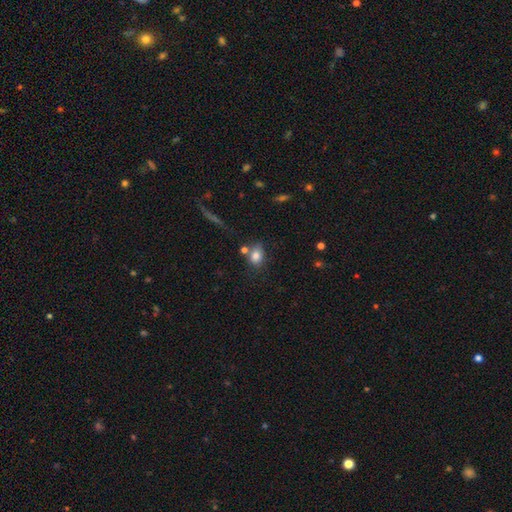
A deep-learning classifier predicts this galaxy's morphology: A smooth galaxy with no disk features (80%) that is in between round and cigar-shaped (64%).

Vote fractions:
- Smooth or featured? smooth: 80% / star or artifact: 10% / featured or disk: 10%
- How rounded? in between: 64% / round: 34% / cigar-shaped: 2%
- Merging? none: 61% / merger: 18% / minor disturbance: 16% / major disturbance: 6%